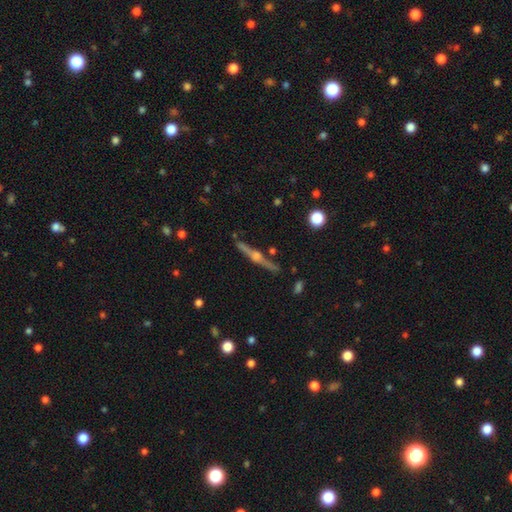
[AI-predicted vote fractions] A featured or disk galaxy (71%) viewed edge-on (93%) with a rounded central bulge (87%). Merging: none (79%).